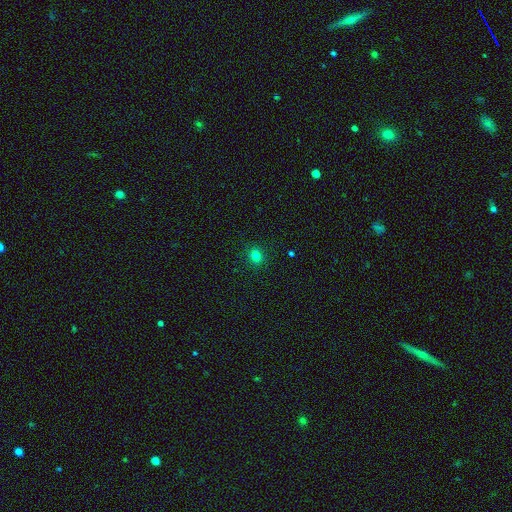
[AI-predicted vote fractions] Smooth or featured?
  - smooth: 79% *
  - star or artifact: 15%
  - featured or disk: 6%
How rounded?
  - round: 71% *
  - in between: 28%
  - cigar-shaped: 1%
Merging?
  - none: 90% *
  - minor disturbance: 7%
  - major disturbance: 2%
  - merger: 1%